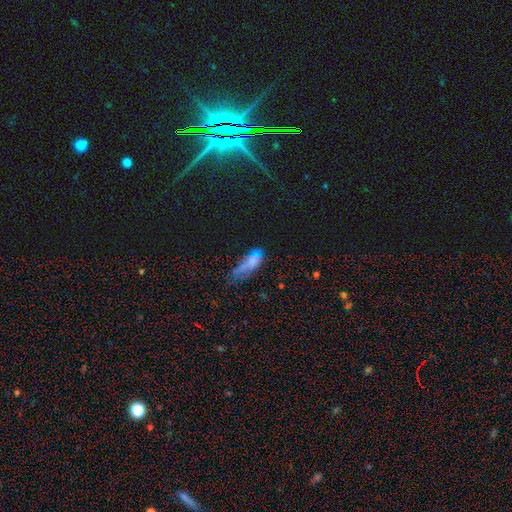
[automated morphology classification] Smooth or featured?
  - smooth: 58% *
  - star or artifact: 24%
  - featured or disk: 19%
How rounded?
  - in between: 60% *
  - cigar-shaped: 33%
  - round: 7%
Merging?
  - none: 35% *
  - major disturbance: 26%
  - minor disturbance: 26%
  - merger: 13%